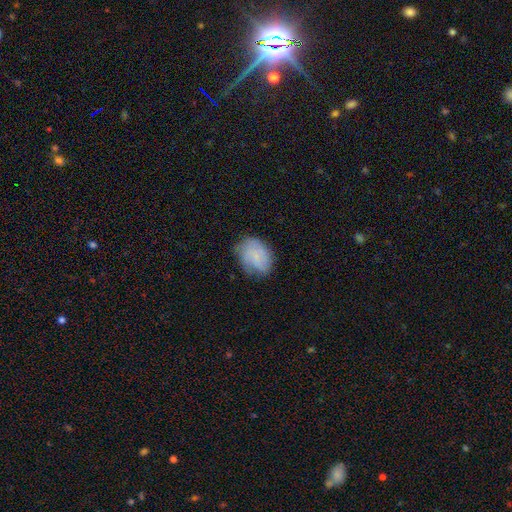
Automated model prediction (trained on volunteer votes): Q: Smooth or featured?
A: smooth (61%); runner-up: featured or disk (30%)
Q: How rounded?
A: in between (64%); runner-up: round (35%)
Q: Merging?
A: none (64%); runner-up: minor disturbance (27%)